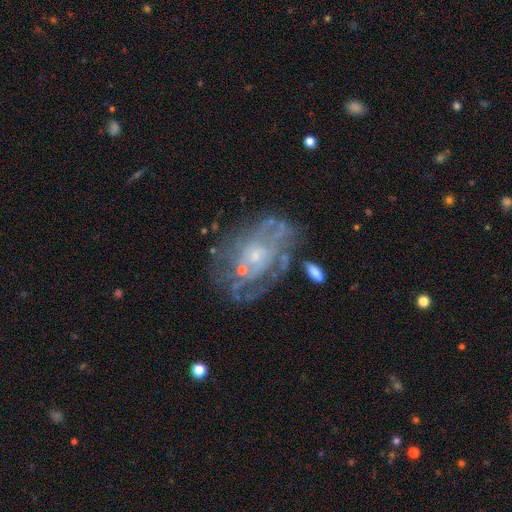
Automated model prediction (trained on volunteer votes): smooth_or_featured: featured or disk (p=0.76) [alt: smooth p=0.15]
disk_edge_on: no (p=0.96) [alt: yes p=0.04]
bar: no (p=0.80) [alt: weak p=0.16]
has_spiral_arms: yes (p=0.64) [alt: no p=0.36]
bulge_size: small (p=0.70) [alt: moderate p=0.20]
merging: none (p=0.57) [alt: minor disturbance p=0.20]